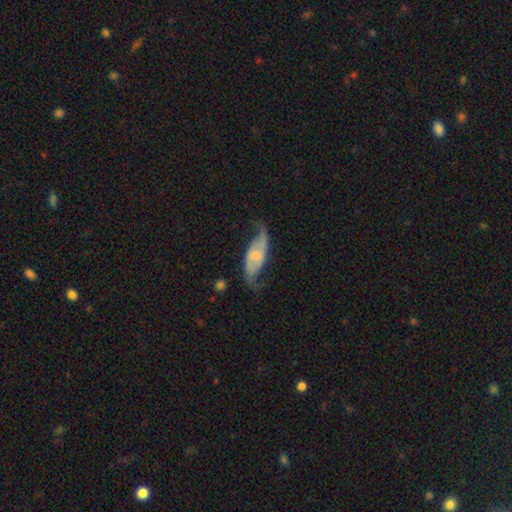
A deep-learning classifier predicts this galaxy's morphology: This is likely a featured or disk galaxy (76%). It is clearly not viewed edge-on (91%). Bar: possibly no (57%). Spiral arm pattern: clearly yes (91%). Spiral arm count: clearly 2 (89%). Spiral winding: likely loose (64%). Central bulge: possibly small (56%). Merging: likely none (63%).